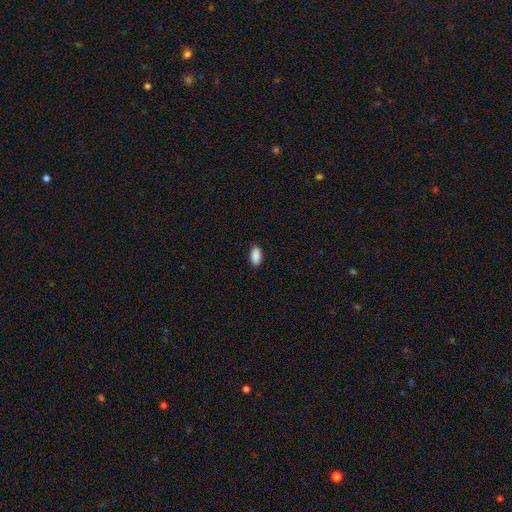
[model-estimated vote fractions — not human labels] A smooth galaxy with no disk features (90%) that is in between round and cigar-shaped (93%). Merging: none (89%).